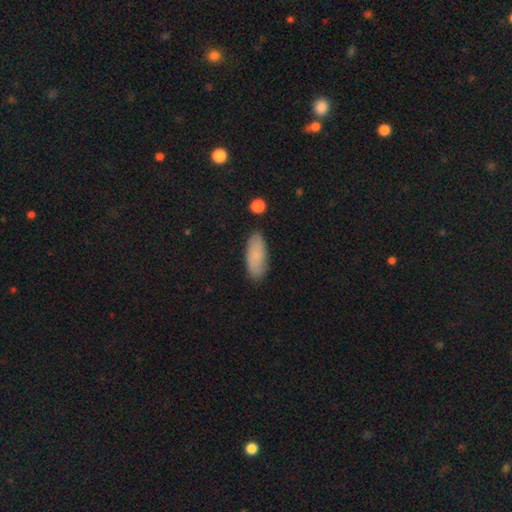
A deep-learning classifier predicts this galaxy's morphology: smooth_or_featured: smooth (p=0.83) [alt: featured or disk p=0.10]
how_rounded: in between (p=0.78) [alt: cigar-shaped p=0.20]
merging: none (p=0.82) [alt: minor disturbance p=0.14]